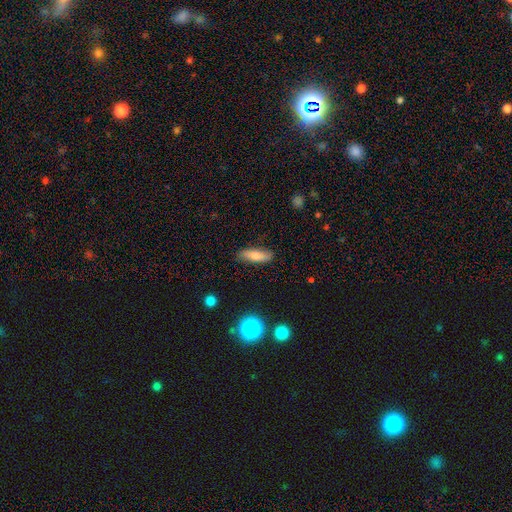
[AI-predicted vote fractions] Smooth or featured?
  - smooth: 78% *
  - featured or disk: 15%
  - star or artifact: 7%
How rounded?
  - cigar-shaped: 53% *
  - in between: 45%
  - round: 2%
Merging?
  - none: 83% *
  - minor disturbance: 13%
  - major disturbance: 3%
  - merger: 2%